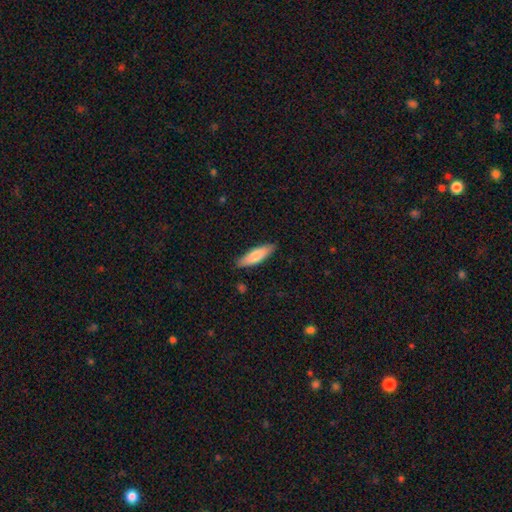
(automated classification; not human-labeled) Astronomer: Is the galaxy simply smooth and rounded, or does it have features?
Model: smooth — 79%.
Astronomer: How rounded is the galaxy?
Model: cigar-shaped — 57% (runner-up: in between, 41%).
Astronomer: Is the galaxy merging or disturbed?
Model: none — 86%.